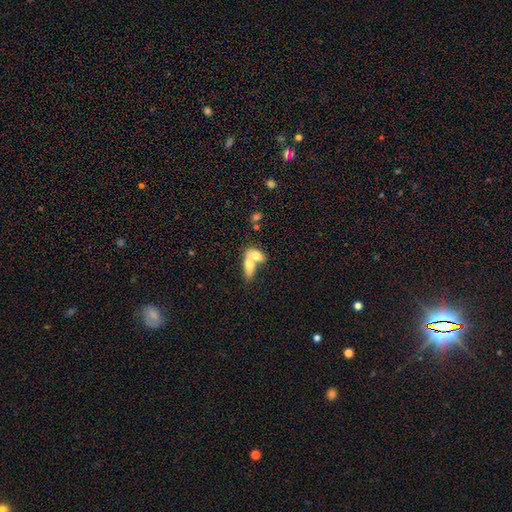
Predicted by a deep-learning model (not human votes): Q: Smooth or featured?
A: smooth (70%); runner-up: featured or disk (24%)
Q: How rounded?
A: in between (82%); runner-up: round (9%)
Q: Merging?
A: merger (76%); runner-up: none (15%)